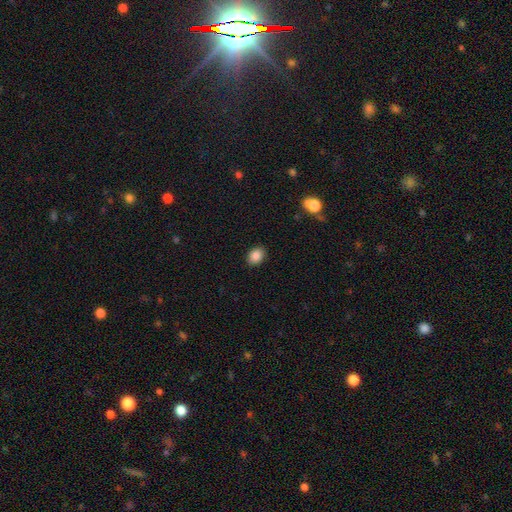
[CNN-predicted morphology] Smooth or featured? Predicted: smooth (p=0.86). How rounded? Predicted: in between (p=0.70). Merging? Predicted: none (p=0.89).